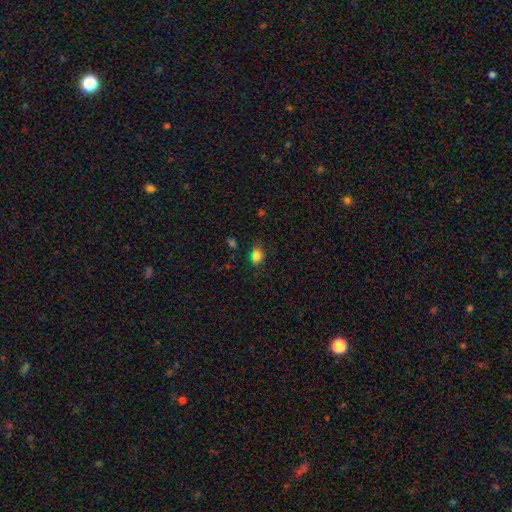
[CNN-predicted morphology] Smooth or featured? Predicted: smooth (p=0.77). How rounded? Predicted: in between (p=0.70). Merging? Predicted: none (p=0.71).